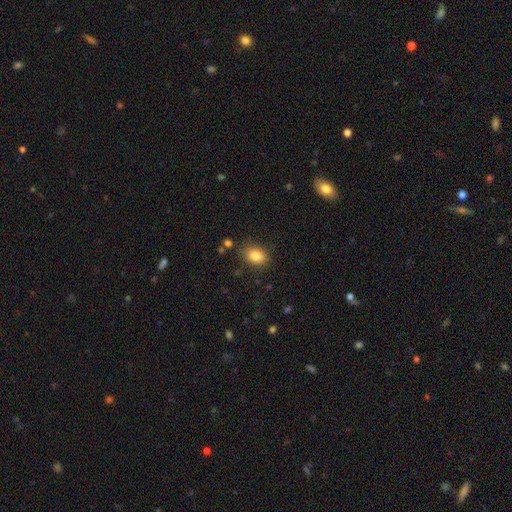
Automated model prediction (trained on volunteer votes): This is clearly a smooth galaxy (85%). How rounded: likely in between (79%). Merging: clearly none (84%).